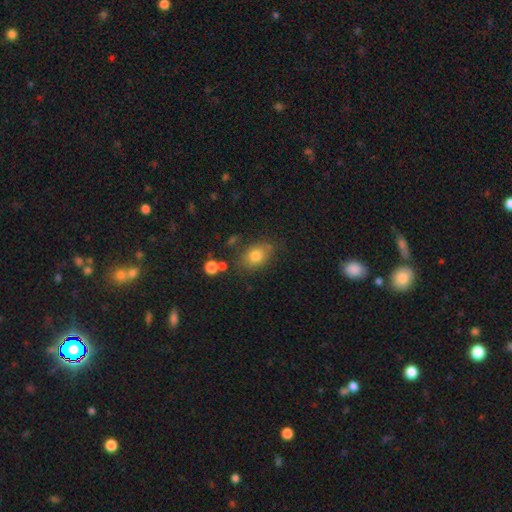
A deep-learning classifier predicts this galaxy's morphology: Smooth or featured? smooth (78%)
How rounded? in between (73%)
Merging? none (70%)